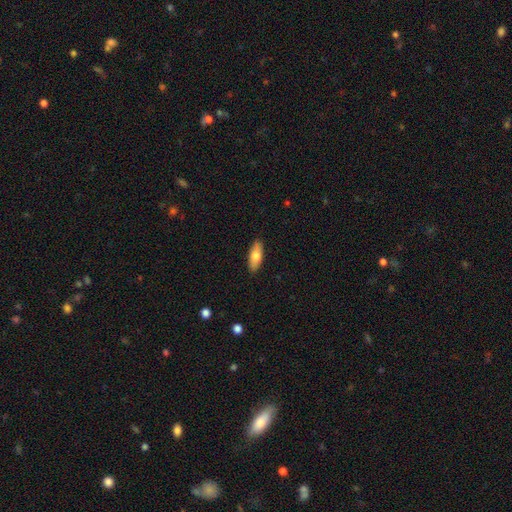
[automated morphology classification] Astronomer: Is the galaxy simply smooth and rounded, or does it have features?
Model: smooth — 72%.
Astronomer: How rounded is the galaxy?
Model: in between — 74%.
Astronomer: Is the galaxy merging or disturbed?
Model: none — 89%.